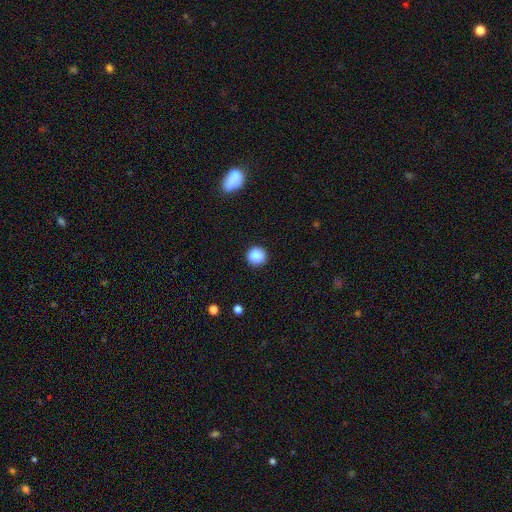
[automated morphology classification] This is clearly a smooth galaxy (87%). How rounded: clearly round (94%). Merging: clearly none (91%).